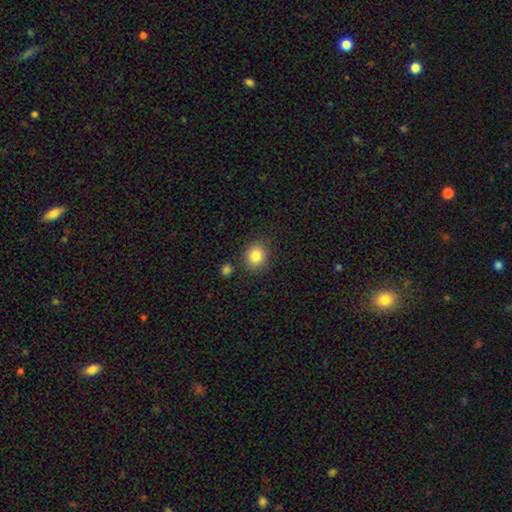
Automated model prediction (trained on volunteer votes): smooth 84%, star or artifact 10%, featured or disk 6%. Down the decision tree: how rounded — round (82%); merging — none (85%).